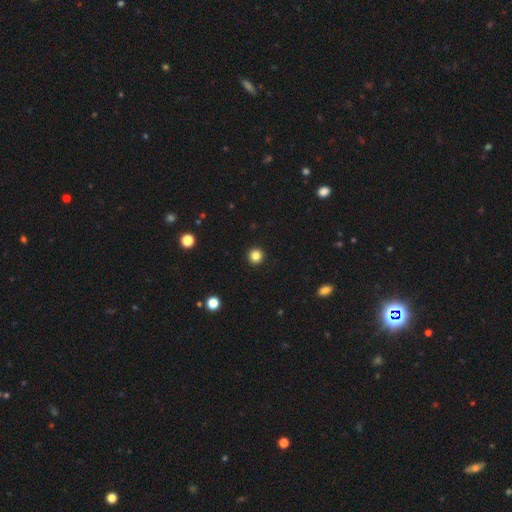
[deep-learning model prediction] Morphology: type=smooth (84%); roundness=round (96%); merging=none (94%).